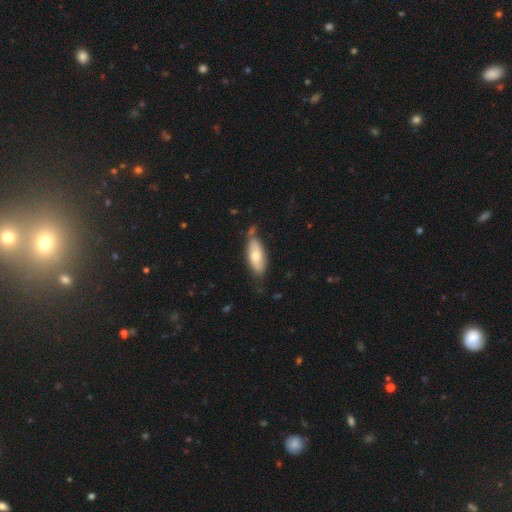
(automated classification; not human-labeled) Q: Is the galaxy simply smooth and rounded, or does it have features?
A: smooth — 64%.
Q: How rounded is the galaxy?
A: in between — 79%.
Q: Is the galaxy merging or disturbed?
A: none — 63%.